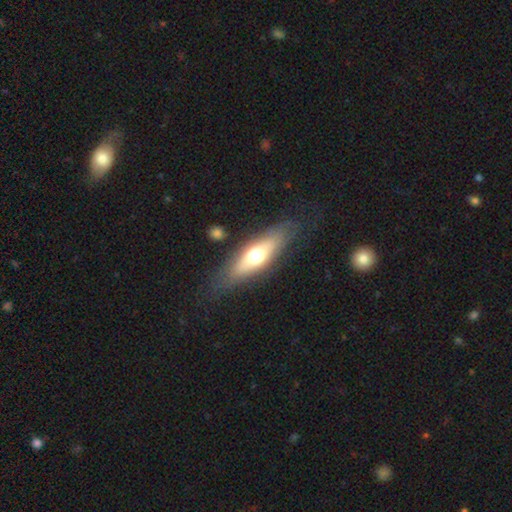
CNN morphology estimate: This is possibly a smooth galaxy (54%). How rounded: possibly in between (51%). Merging: likely none (78%).